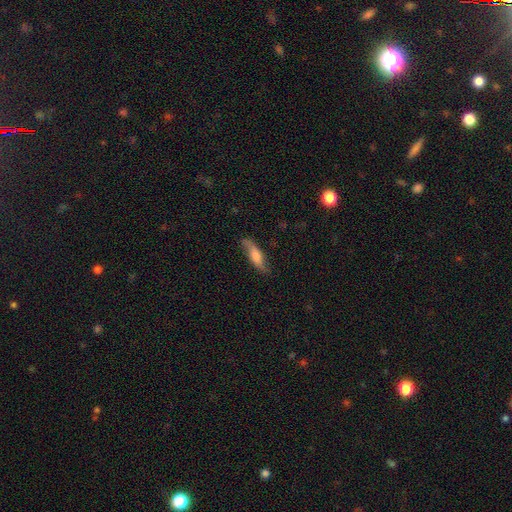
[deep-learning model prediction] smooth_or_featured: smooth (p=0.50) [alt: featured or disk p=0.44]
merging: none (p=0.75) [alt: minor disturbance p=0.19]